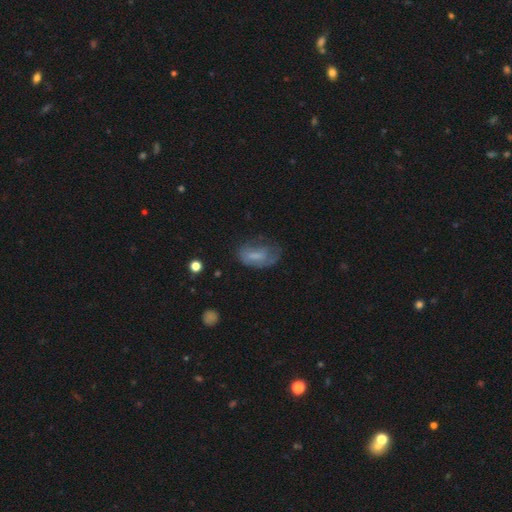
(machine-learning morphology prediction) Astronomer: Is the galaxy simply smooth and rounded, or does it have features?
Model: smooth — 55% (runner-up: featured or disk, 35%).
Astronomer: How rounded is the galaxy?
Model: in between — 86%.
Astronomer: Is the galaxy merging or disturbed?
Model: none — 43% (runner-up: minor disturbance, 30%).